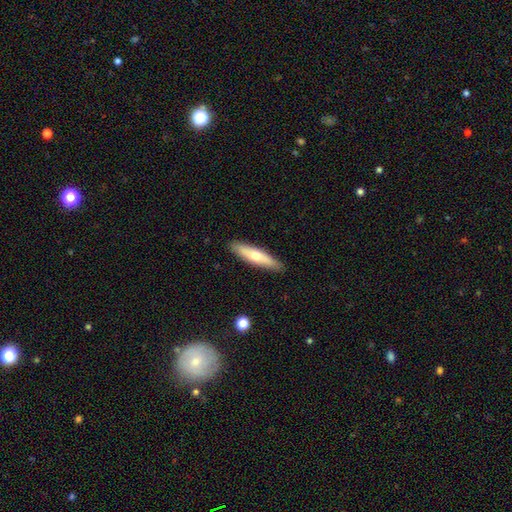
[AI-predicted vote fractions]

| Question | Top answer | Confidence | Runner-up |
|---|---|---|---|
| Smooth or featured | smooth | 56% | featured or disk (39%) |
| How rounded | cigar-shaped | 79% | in between (19%) |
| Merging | none | 90% | minor disturbance (8%) |